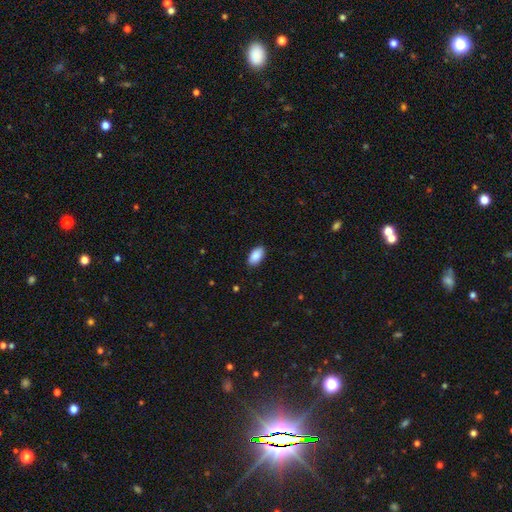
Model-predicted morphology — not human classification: This is clearly a smooth galaxy (89%). How rounded: clearly in between (95%). Merging: clearly none (89%).